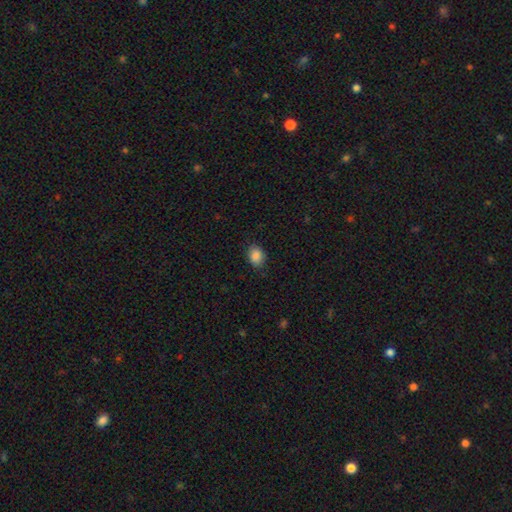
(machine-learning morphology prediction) Smooth or featured? smooth (87%)
How rounded? in between (67%)
Merging? none (84%)